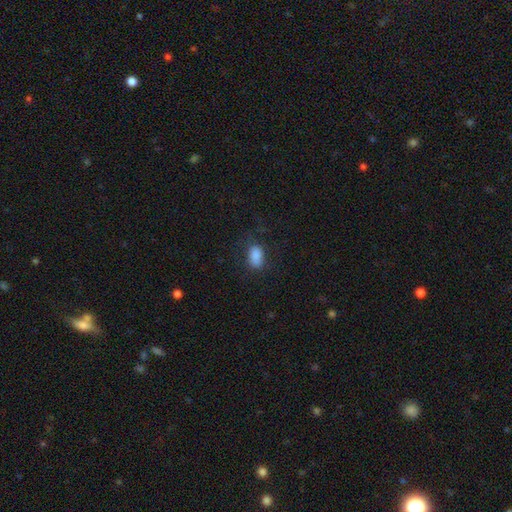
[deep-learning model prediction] This is clearly a smooth galaxy (84%). How rounded: clearly in between (87%). Merging: likely none (67%).